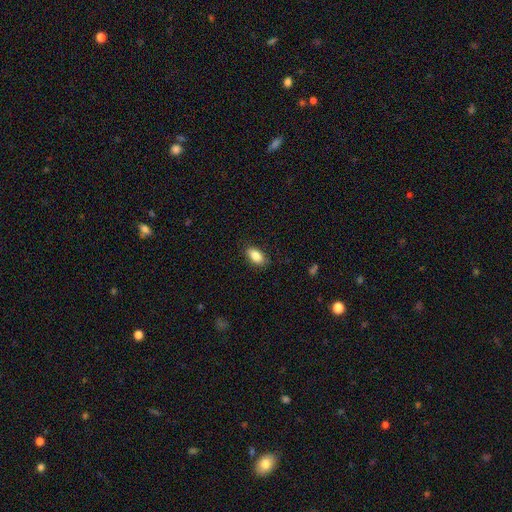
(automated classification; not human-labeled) Q: Smooth or featured?
A: smooth (87%); runner-up: star or artifact (7%)
Q: How rounded?
A: in between (92%); runner-up: round (5%)
Q: Merging?
A: none (85%); runner-up: minor disturbance (11%)